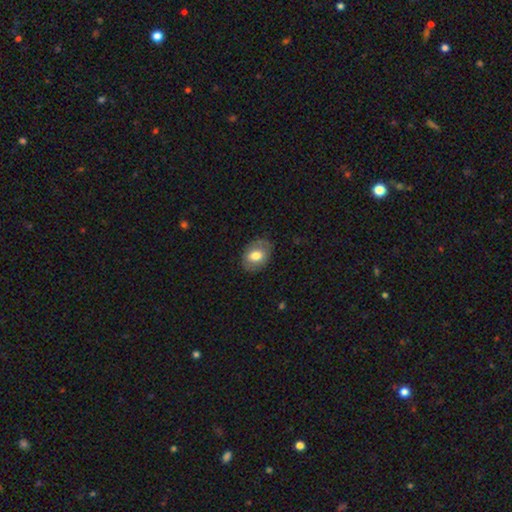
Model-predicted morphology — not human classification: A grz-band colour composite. It shows a smooth galaxy with no disk features (72%) that is in between round and cigar-shaped (73%). Merging: none (80%).